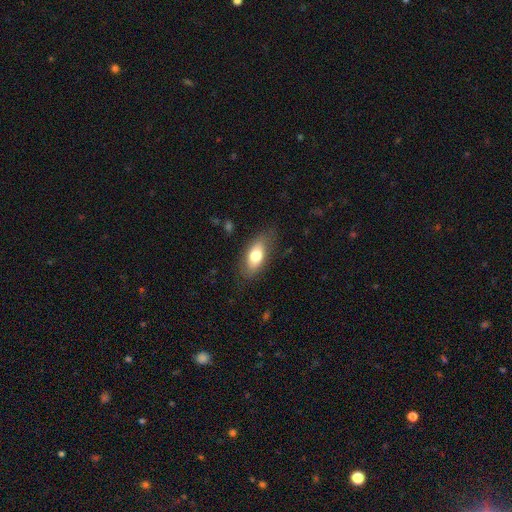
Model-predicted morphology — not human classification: Smooth or featured: smooth — 73% (featured or disk — 21%)
How rounded: in between — 84% (cigar-shaped — 12%)
Merging: none — 78% (minor disturbance — 16%)